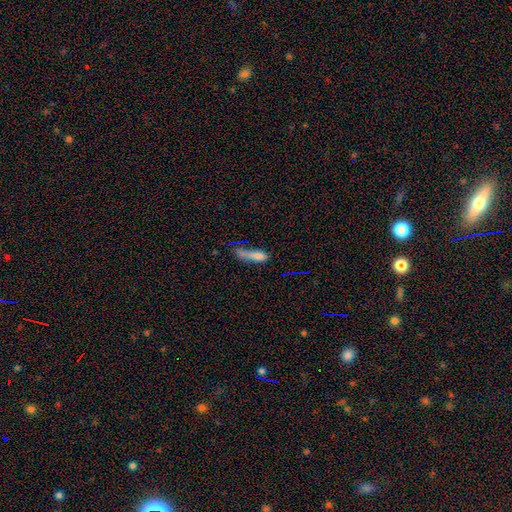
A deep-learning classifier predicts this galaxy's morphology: Smooth or featured?
  - smooth: 70% *
  - featured or disk: 17%
  - star or artifact: 13%
How rounded?
  - cigar-shaped: 53% *
  - in between: 43%
  - round: 4%
Merging?
  - major disturbance: 30% *
  - none: 28%
  - minor disturbance: 24%
  - merger: 18%